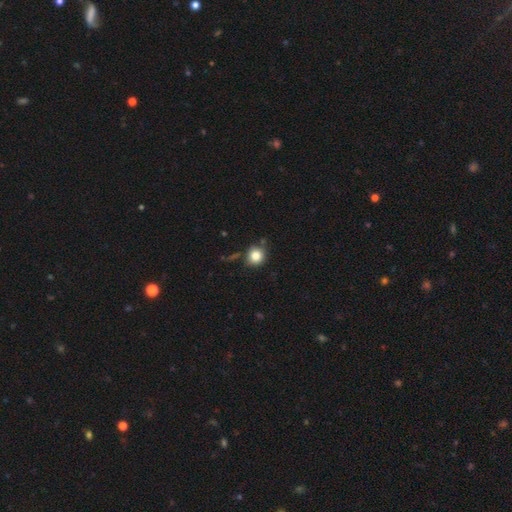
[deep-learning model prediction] A smooth galaxy with no disk features (82%) that is round (88%).

Vote fractions:
- Smooth or featured? smooth: 82% / star or artifact: 11% / featured or disk: 7%
- How rounded? round: 88% / in between: 11% / cigar-shaped: 1%
- Merging? none: 78% / minor disturbance: 13% / merger: 5% / major disturbance: 3%